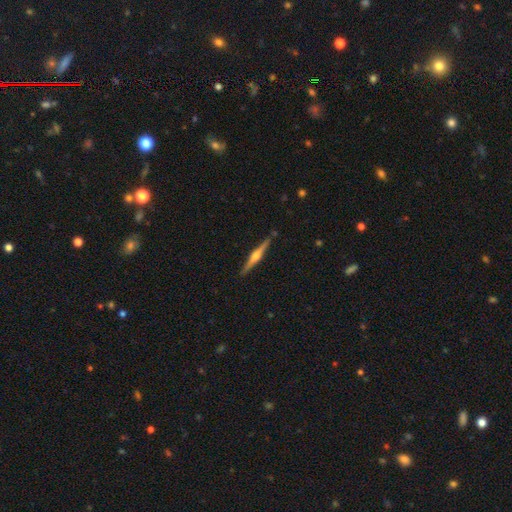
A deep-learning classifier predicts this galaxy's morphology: featured or disk 77%, smooth 18%, star or artifact 5%. Down the decision tree: edge-on disk — yes (98%); edge-on bulge — rounded (92%); merging — none (89%).